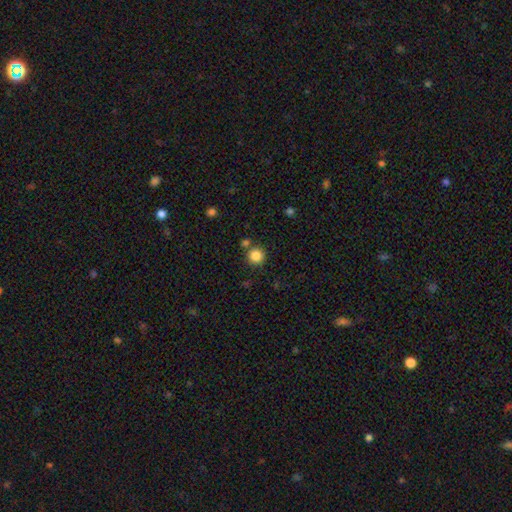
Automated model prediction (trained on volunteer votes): smooth 85%, star or artifact 11%, featured or disk 4%. Down the decision tree: how rounded — round (94%); merging — none (81%).